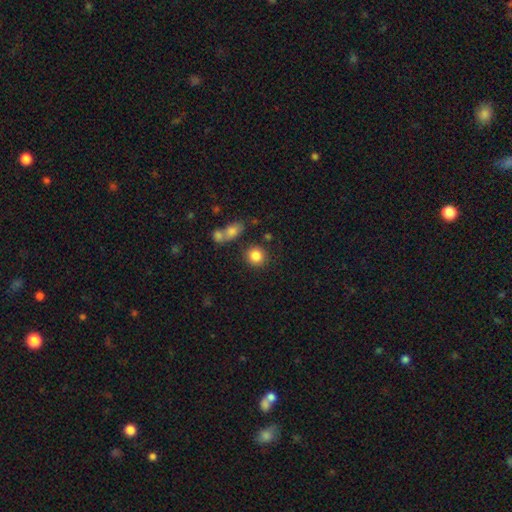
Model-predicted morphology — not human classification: Q: Smooth or featured?
A: smooth (85%); runner-up: star or artifact (10%)
Q: How rounded?
A: round (88%); runner-up: in between (11%)
Q: Merging?
A: none (80%); runner-up: minor disturbance (9%)